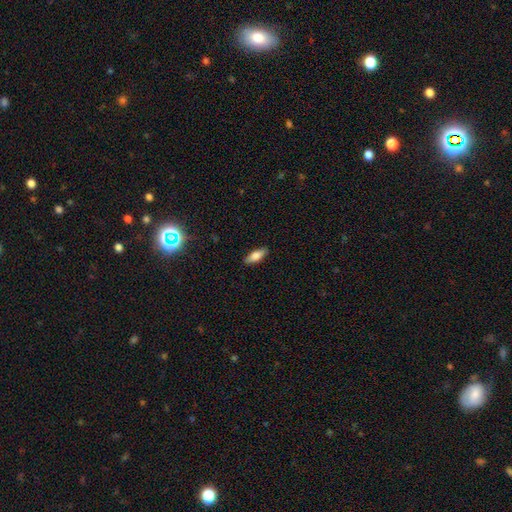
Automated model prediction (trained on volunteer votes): Q: Smooth or featured?
A: smooth (76%); runner-up: featured or disk (17%)
Q: How rounded?
A: in between (69%); runner-up: cigar-shaped (29%)
Q: Merging?
A: none (88%); runner-up: minor disturbance (9%)